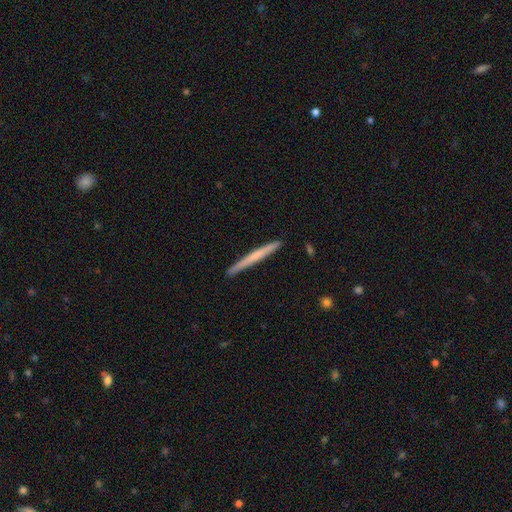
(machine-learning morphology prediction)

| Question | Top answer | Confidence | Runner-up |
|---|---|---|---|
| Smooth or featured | smooth | 54% | featured or disk (41%) |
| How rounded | cigar-shaped | 97% | in between (2%) |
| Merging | none | 91% | minor disturbance (7%) |